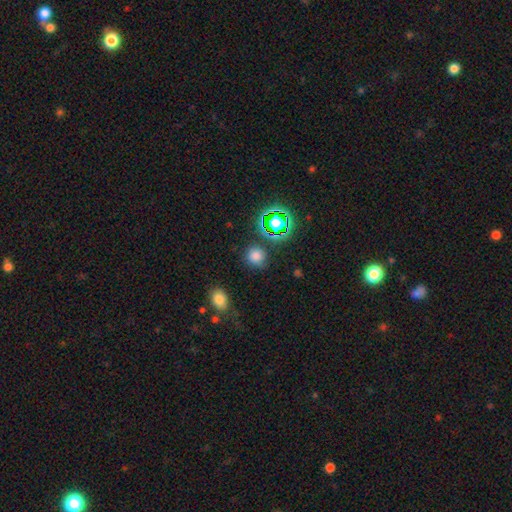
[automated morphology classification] Smooth or featured? smooth (73%)
How rounded? round (90%)
Merging? none (83%)